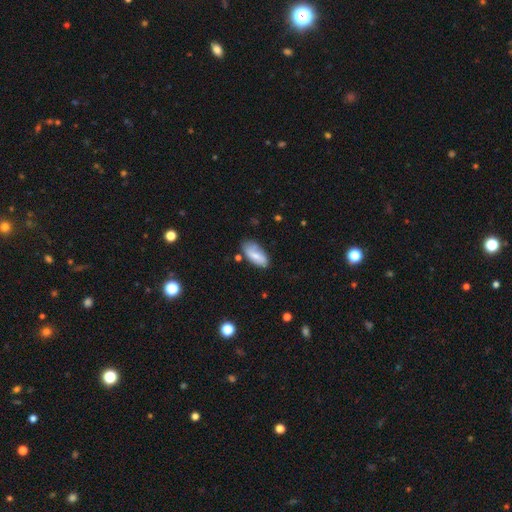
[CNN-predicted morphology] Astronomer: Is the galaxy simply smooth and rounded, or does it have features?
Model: smooth — 67%.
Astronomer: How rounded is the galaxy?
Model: in between — 89%.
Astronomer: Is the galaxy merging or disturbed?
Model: none — 65%.